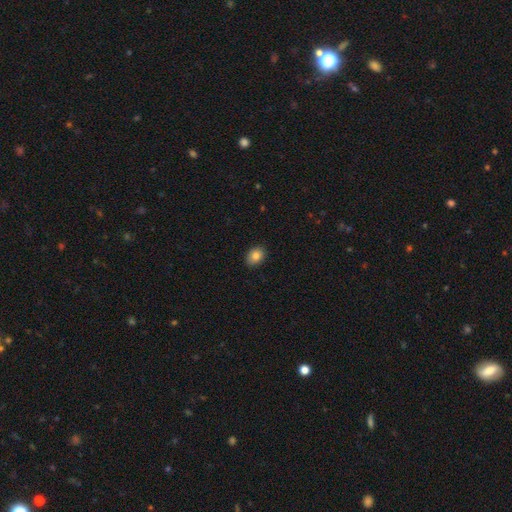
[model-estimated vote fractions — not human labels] A smooth galaxy with no disk features (84%) that is in between round and cigar-shaped (65%). Merging: none (88%).